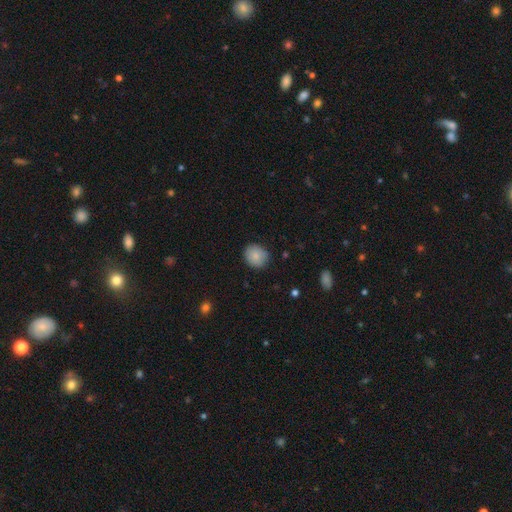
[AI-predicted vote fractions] smooth-or-featured: smooth: 85% | star or artifact: 8% | featured or disk: 7%
  how-rounded: round: 80% | in between: 19% | cigar-shaped: 1%
  merging: none: 84% | minor disturbance: 12% | major disturbance: 3% | merger: 1%